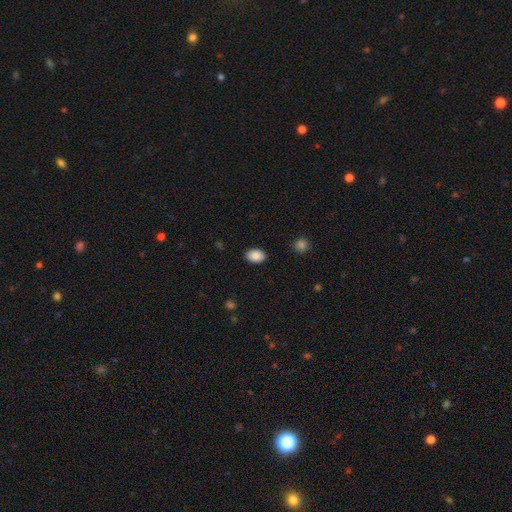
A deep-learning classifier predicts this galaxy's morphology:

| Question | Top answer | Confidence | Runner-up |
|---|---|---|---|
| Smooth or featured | smooth | 89% | star or artifact (8%) |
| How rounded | in between | 82% | round (17%) |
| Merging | none | 89% | minor disturbance (8%) |